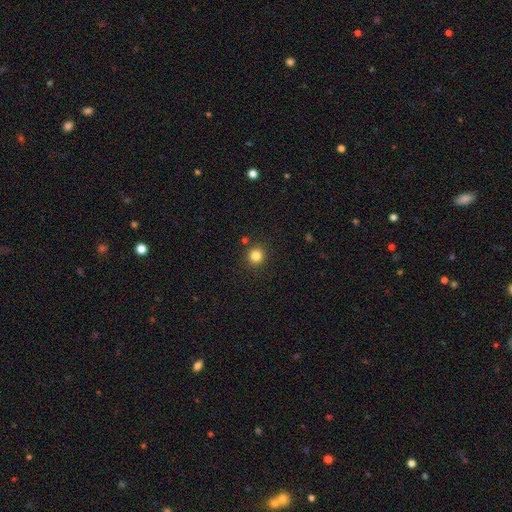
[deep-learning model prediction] Q: Smooth or featured?
A: smooth (82%); runner-up: star or artifact (13%)
Q: How rounded?
A: round (94%); runner-up: in between (6%)
Q: Merging?
A: none (89%); runner-up: minor disturbance (6%)